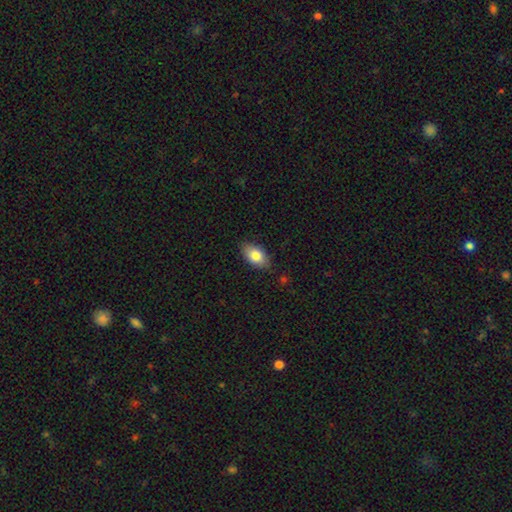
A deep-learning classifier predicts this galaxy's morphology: The model was most divided on "smooth or featured": smooth: 81%, featured or disk: 11%, star or artifact: 7%. More confident: how rounded — in between (91%); merging — none (83%).